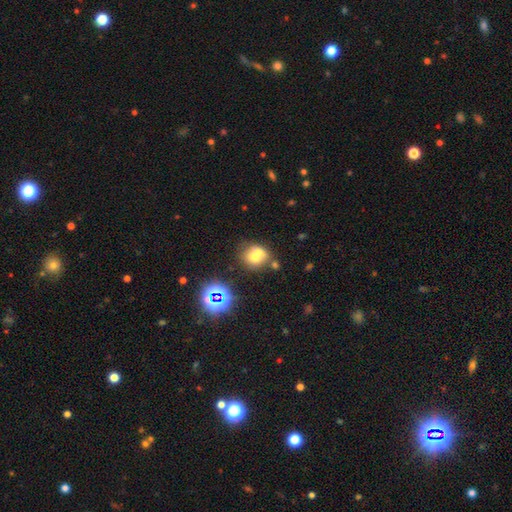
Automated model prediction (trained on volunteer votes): Smooth or featured? Predicted: smooth (p=0.61). How rounded? Predicted: round (p=0.75). Merging? Predicted: merger (p=0.46).